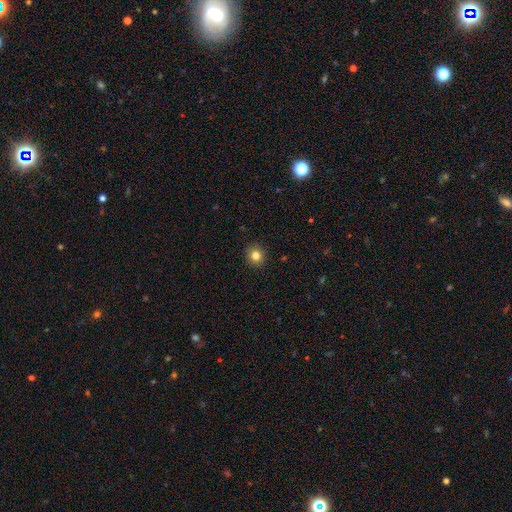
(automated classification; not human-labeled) The model was most divided on "smooth or featured": smooth: 82%, star or artifact: 12%, featured or disk: 6%. More confident: merging — none (91%); how rounded — round (88%).